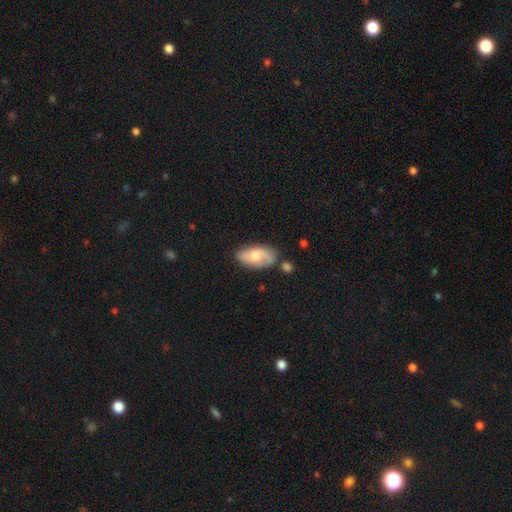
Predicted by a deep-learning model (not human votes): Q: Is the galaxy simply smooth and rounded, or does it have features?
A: smooth — 56%.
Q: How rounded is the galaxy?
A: in between — 93%.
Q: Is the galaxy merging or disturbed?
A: none — 64%.